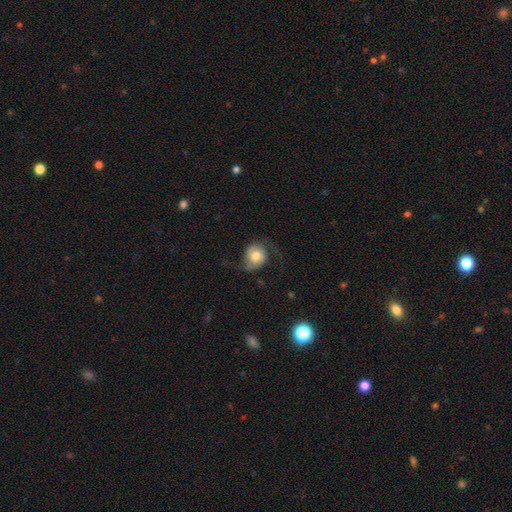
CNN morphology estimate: smooth-or-featured: smooth: 51% | featured or disk: 42% | star or artifact: 7%
  how-rounded: round: 69% | in between: 30% | cigar-shaped: 1%
  merging: none: 51% | minor disturbance: 24% | major disturbance: 24% | merger: 2%